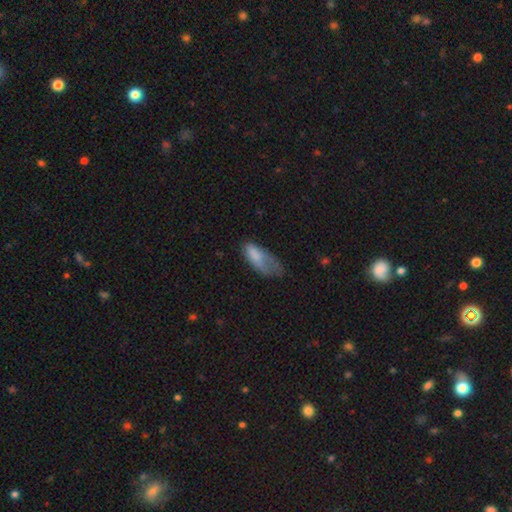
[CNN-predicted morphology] Overall: smooth (73%). How rounded: in between (81%). Merging: major disturbance (40%; minor disturbance 35%).